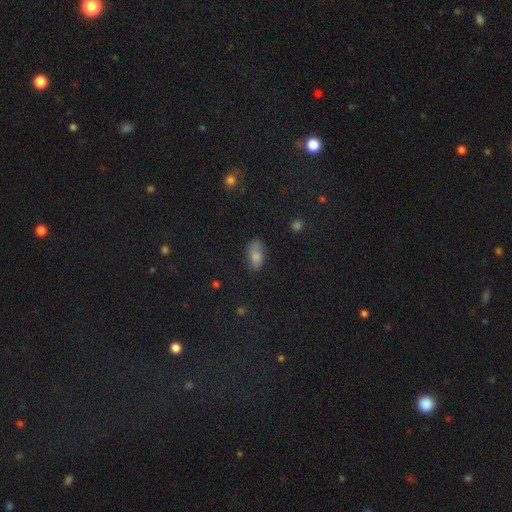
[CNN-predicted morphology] smooth 77%, featured or disk 13%, star or artifact 10%. Down the decision tree: how rounded — in between (91%); merging — none (67%).